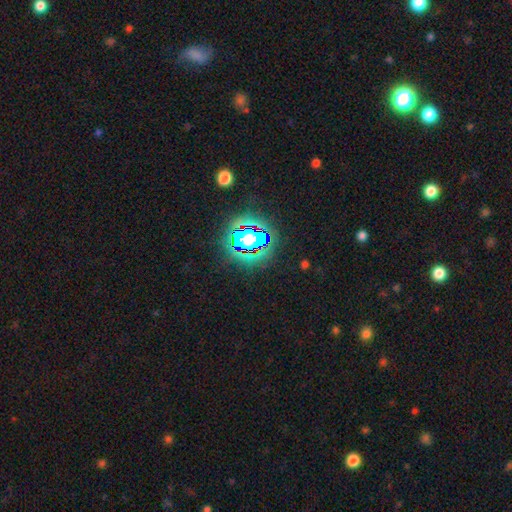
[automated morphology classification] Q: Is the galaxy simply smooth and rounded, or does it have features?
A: star or artifact — 82%.